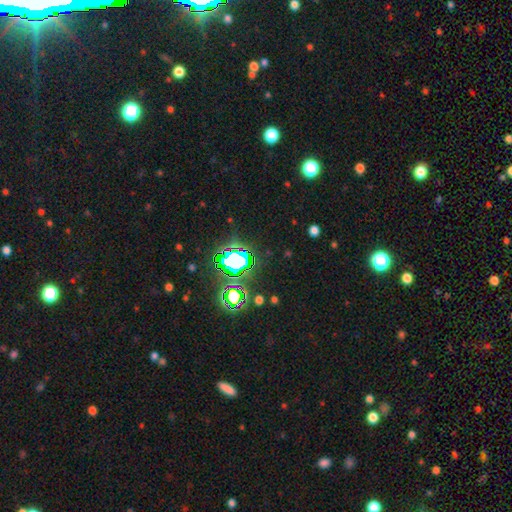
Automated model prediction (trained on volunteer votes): smooth_or_featured: star or artifact (p=0.78) [alt: smooth p=0.14]